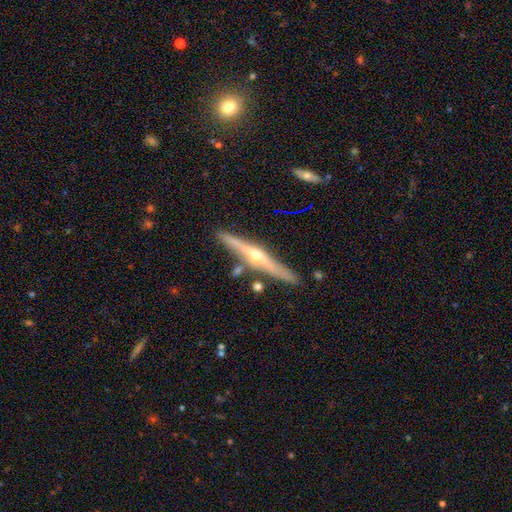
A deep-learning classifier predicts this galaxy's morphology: Smooth or featured?
  - featured or disk: 76% *
  - smooth: 18%
  - star or artifact: 6%
Edge-on disk?
  - yes: 97% *
  - no: 3%
Edge-on bulge?
  - rounded: 90% *
  - none: 7%
  - boxy: 3%
Merging?
  - none: 84% *
  - minor disturbance: 9%
  - merger: 5%
  - major disturbance: 2%